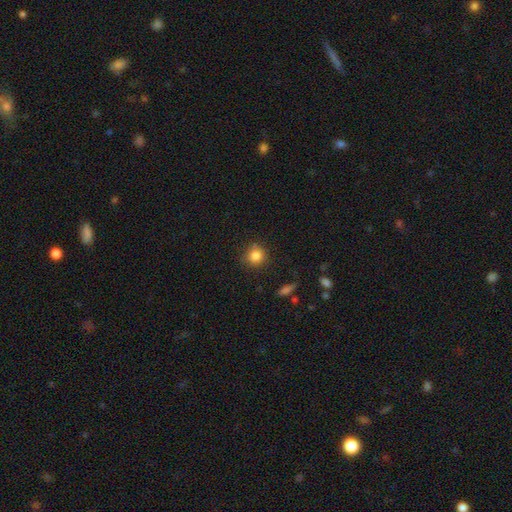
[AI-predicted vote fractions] smooth-or-featured: smooth: 84% | star or artifact: 11% | featured or disk: 6%
  how-rounded: round: 89% | in between: 9% | cigar-shaped: 1%
  merging: none: 81% | minor disturbance: 13% | major disturbance: 3% | merger: 3%